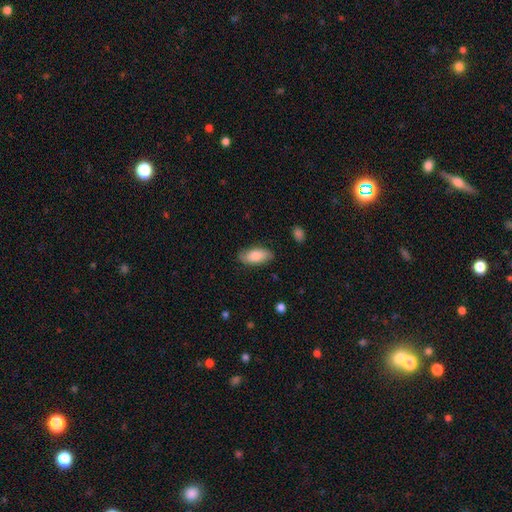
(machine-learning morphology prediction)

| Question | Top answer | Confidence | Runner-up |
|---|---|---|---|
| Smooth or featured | smooth | 82% | featured or disk (12%) |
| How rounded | in between | 89% | cigar-shaped (9%) |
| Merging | none | 81% | minor disturbance (14%) |